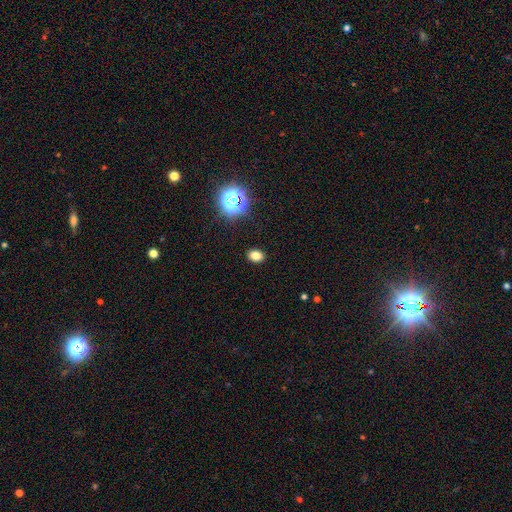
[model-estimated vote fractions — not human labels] The model was most divided on "how rounded": in between: 69%, round: 29%, cigar-shaped: 1%. More confident: merging — none (89%); smooth or featured — smooth (77%).